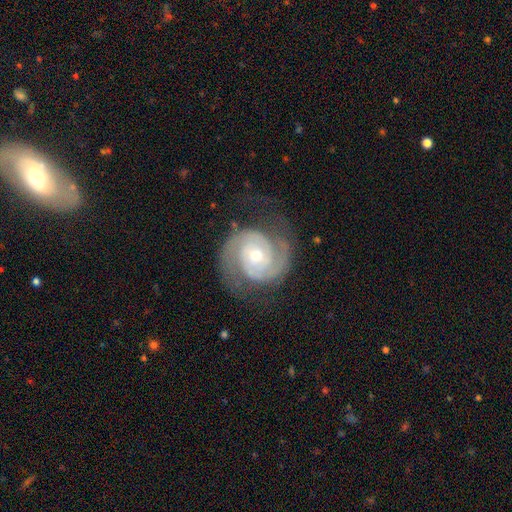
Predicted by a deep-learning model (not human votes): A featured or disk galaxy (91%) with no bar (65%), 2 (89%) tight (60%) spiral arms (98%) and a moderate central bulge (56%).

Vote fractions:
- Smooth or featured? featured or disk: 91% / smooth: 5% / star or artifact: 4%
- Edge-on disk? no: 98% / yes: 2%
- Bar? no: 65% / weak: 28% / strong: 7%
- Spiral arms? yes: 98% / no: 2%
- Spiral winding? tight: 60% / medium: 34% / loose: 6%
- Spiral arm count? 2: 89% / 3: 3% / can't tell: 3% / 1: 1% / 4: 1% / more than 4: 1%
- Bulge size? moderate: 56% / small: 38% / large: 3% / none: 1% / dominant: 1%
- Merging? none: 75% / minor disturbance: 15% / major disturbance: 8% / merger: 1%